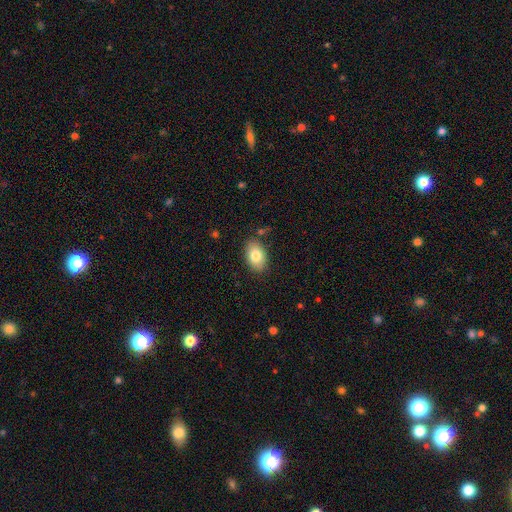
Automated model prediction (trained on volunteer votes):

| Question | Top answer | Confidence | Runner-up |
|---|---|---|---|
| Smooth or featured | smooth | 82% | featured or disk (11%) |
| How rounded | in between | 89% | round (10%) |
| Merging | none | 84% | minor disturbance (11%) |